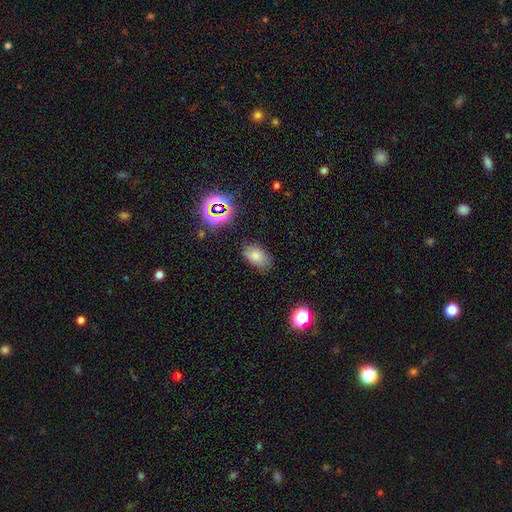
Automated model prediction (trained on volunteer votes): This appears to be a smooth galaxy with no disk features (65%) that is in between round and cigar-shaped (87%). Merging: none (79%).